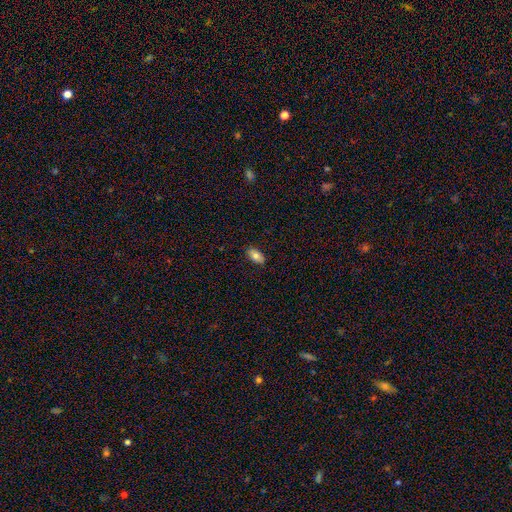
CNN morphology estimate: smooth_or_featured: smooth (p=0.78) [alt: featured or disk p=0.14]
how_rounded: in between (p=0.91) [alt: cigar-shaped p=0.05]
merging: none (p=0.86) [alt: minor disturbance p=0.12]